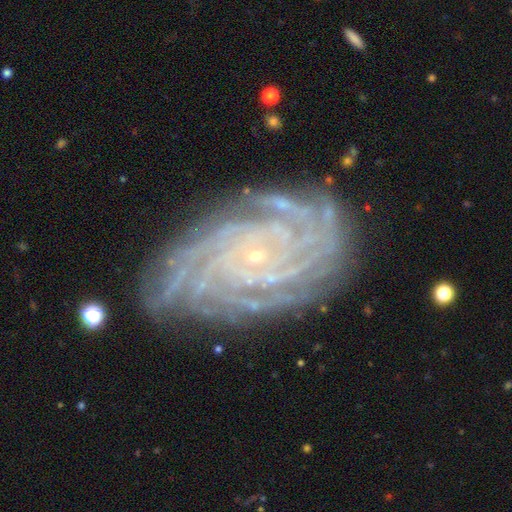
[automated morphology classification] featured or disk 90%, star or artifact 6%, smooth 4%. Down the decision tree: edge-on disk — no (97%); bar — no (74%); spiral arms — yes (99%); spiral arm count — more than 4 (34%); spiral winding — tight (86%); bulge size — small (88%); merging — none (79%).